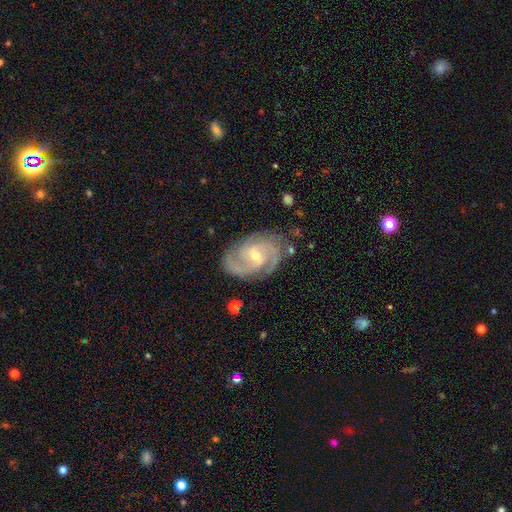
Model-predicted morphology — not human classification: Smooth or featured?
  - featured or disk: 92% *
  - star or artifact: 4%
  - smooth: 4%
Edge-on disk?
  - no: 97% *
  - yes: 3%
Bar?
  - weak: 48% *
  - no: 37%
  - strong: 15%
Spiral arms?
  - yes: 98% *
  - no: 2%
Spiral winding?
  - tight: 51% *
  - medium: 43%
  - loose: 6%
Spiral arm count?
  - 2: 41% *
  - 3: 37%
  - can't tell: 8%
  - 4: 6%
  - 1: 4%
  - more than 4: 4%
Bulge size?
  - small: 56% *
  - moderate: 41%
  - large: 1%
  - none: 1%
  - dominant: 1%
Merging?
  - none: 76% *
  - minor disturbance: 17%
  - major disturbance: 5%
  - merger: 2%